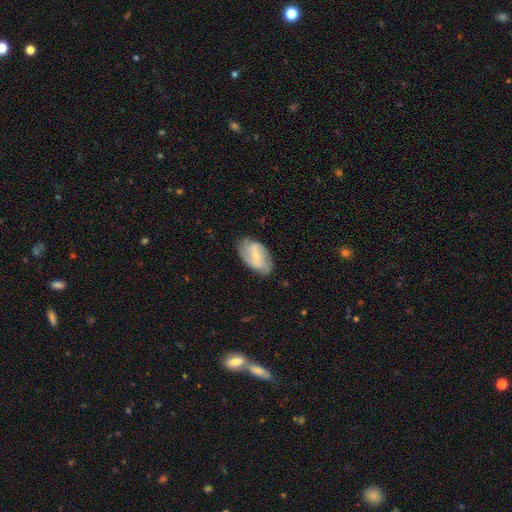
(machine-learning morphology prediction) This appears to be a featured or disk galaxy (66%) with a weak bar (47%), 2 (53%) medium (43%) spiral arms (86%) and a small central bulge (62%). Merging: none (70%).